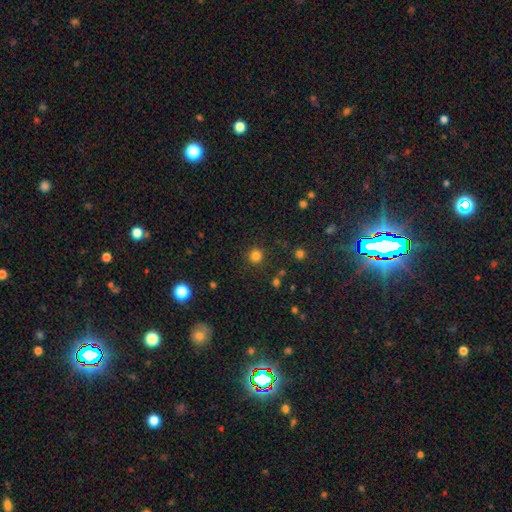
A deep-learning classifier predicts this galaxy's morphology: Smooth or featured: smooth — 81% (star or artifact — 15%)
How rounded: round — 94% (in between — 5%)
Merging: none — 90% (minor disturbance — 6%)